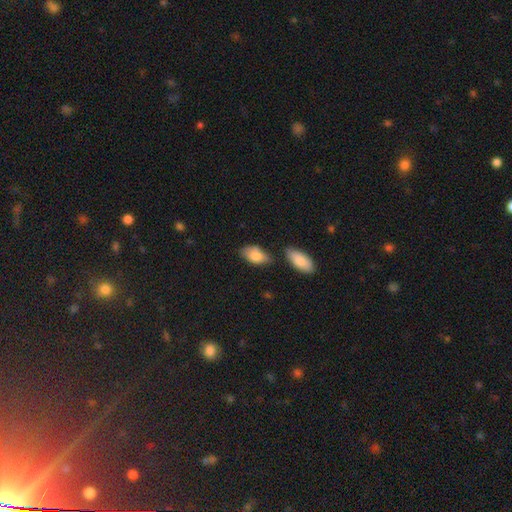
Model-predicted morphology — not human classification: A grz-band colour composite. It shows a smooth galaxy with no disk features (83%) that is in between round and cigar-shaped (92%). Merging: none (57%).